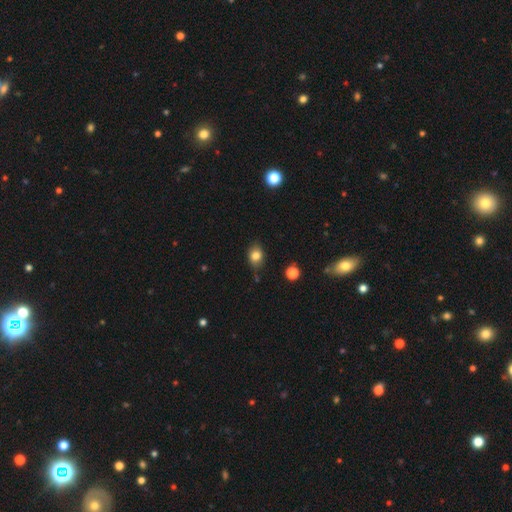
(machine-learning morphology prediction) smooth 81%, star or artifact 10%, featured or disk 9%. Down the decision tree: how rounded — in between (63%); merging — none (74%).